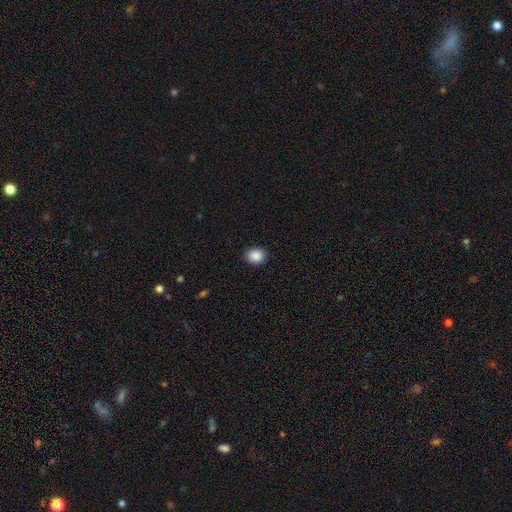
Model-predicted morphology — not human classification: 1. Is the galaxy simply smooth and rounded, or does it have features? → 89% smooth, 9% star or artifact, 3% featured or disk.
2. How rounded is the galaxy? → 63% round, 36% in between, 1% cigar-shaped.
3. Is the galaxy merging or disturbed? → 90% none, 7% minor disturbance, 2% major disturbance, 1% merger.